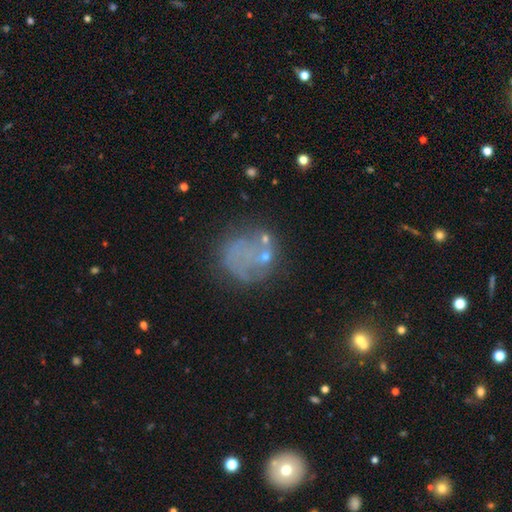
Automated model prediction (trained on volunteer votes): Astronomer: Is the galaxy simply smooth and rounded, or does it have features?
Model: smooth — 42% (runner-up: featured or disk, 36%).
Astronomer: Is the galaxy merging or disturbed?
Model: none — 60%.